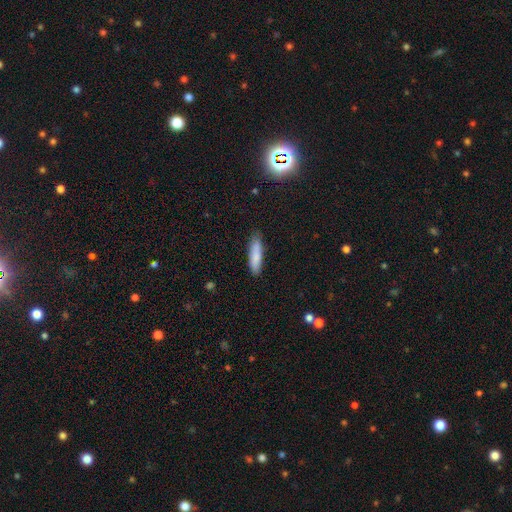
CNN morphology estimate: Smooth or featured: smooth — 84% (featured or disk — 10%)
How rounded: cigar-shaped — 71% (in between — 27%)
Merging: none — 80% (minor disturbance — 16%)